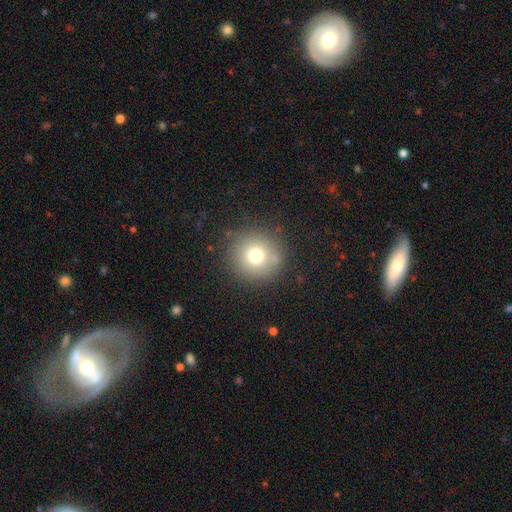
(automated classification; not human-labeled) Morphology: type=smooth (74%); roundness=round (94%); merging=none (86%).